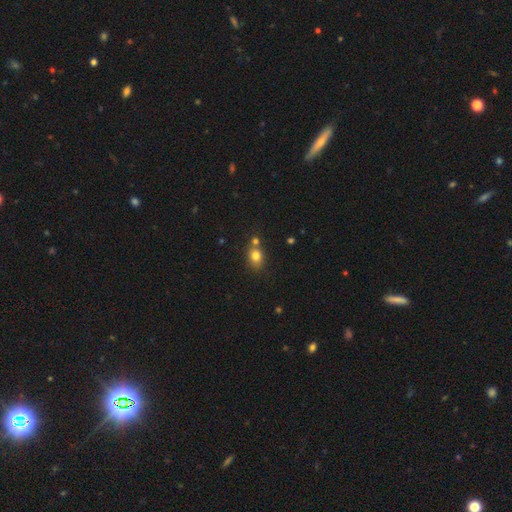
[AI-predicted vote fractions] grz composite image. It shows a smooth galaxy with no disk features (79%) that is round (51%). Merging: none (60%).